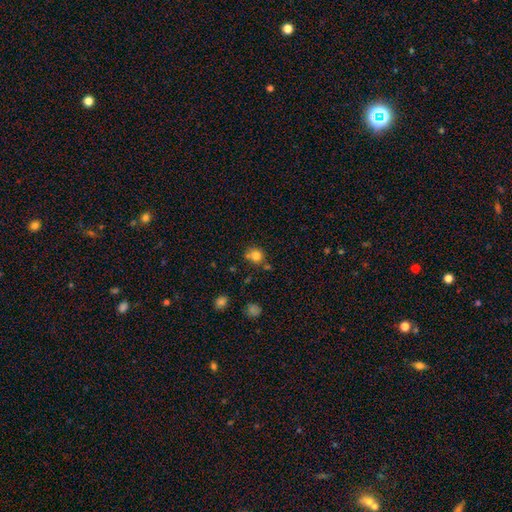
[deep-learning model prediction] Smooth or featured? Predicted: smooth (p=0.78). How rounded? Predicted: round (p=0.84). Merging? Predicted: none (p=0.65).